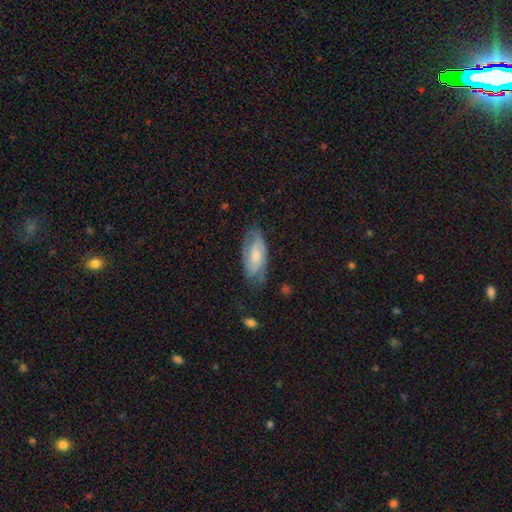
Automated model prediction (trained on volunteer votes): featured or disk 52%, smooth 42%, star or artifact 7%. Down the decision tree: edge-on disk — no (90%); merging — none (64%).